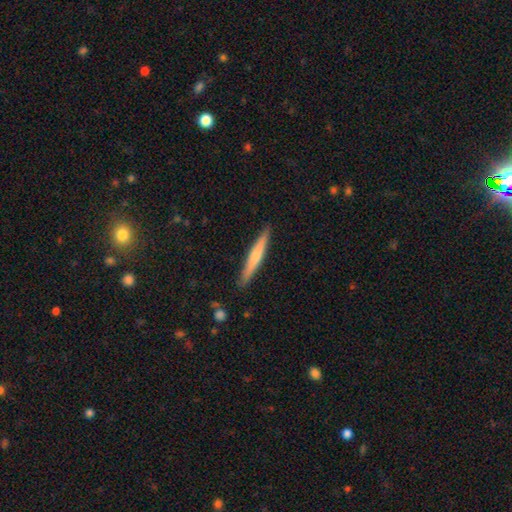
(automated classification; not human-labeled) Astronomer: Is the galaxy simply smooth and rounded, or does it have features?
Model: smooth — 56% (runner-up: featured or disk, 39%).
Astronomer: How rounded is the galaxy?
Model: cigar-shaped — 95%.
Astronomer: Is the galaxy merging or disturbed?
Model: none — 90%.